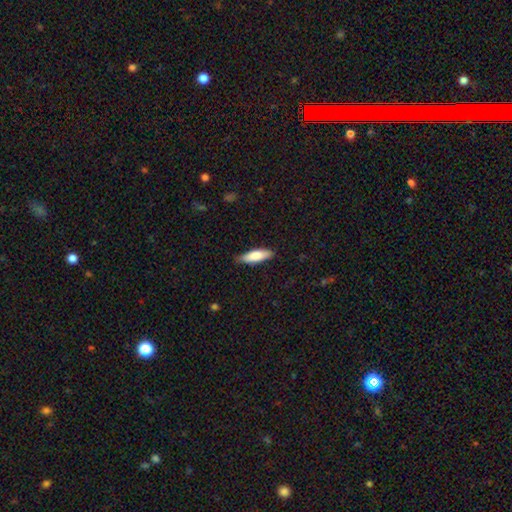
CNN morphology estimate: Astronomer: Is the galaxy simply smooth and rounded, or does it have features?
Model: smooth — 80%.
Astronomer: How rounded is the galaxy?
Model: cigar-shaped — 50% (runner-up: in between, 49%).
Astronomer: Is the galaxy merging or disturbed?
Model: none — 81%.